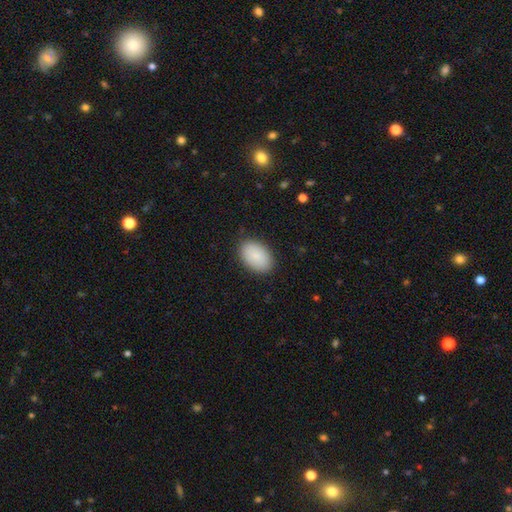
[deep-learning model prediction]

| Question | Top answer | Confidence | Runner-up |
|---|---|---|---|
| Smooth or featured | smooth | 88% | star or artifact (6%) |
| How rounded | in between | 90% | round (9%) |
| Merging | none | 87% | minor disturbance (10%) |